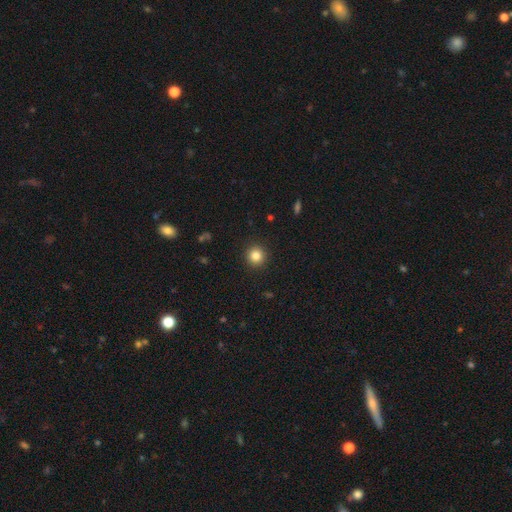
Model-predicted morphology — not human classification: A smooth galaxy with no disk features (84%) that is round (95%). Merging: none (92%).